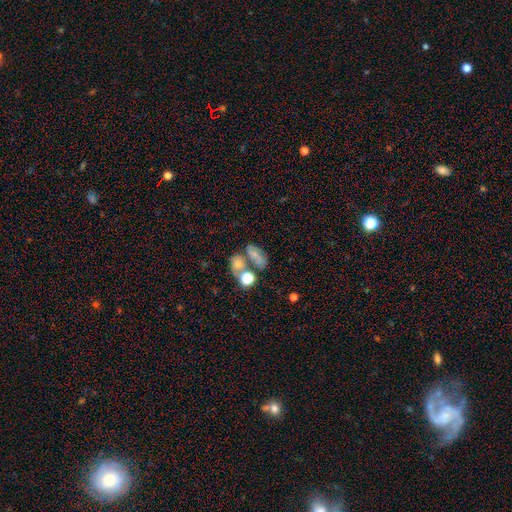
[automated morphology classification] This is possibly a smooth galaxy (58%). How rounded: likely in between (76%). Merging: marginally merger (41%).